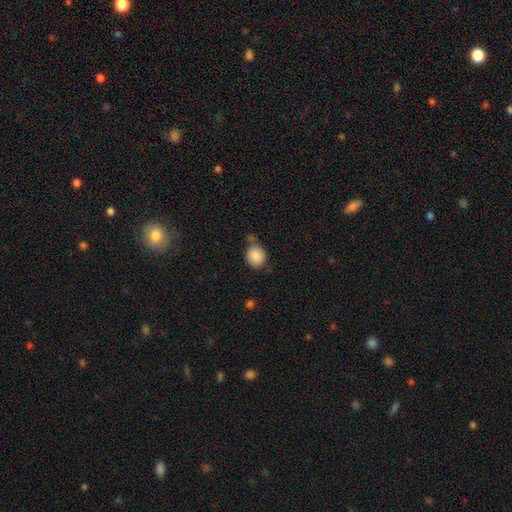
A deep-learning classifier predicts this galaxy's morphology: The model was most divided on "merging": none: 56%, minor disturbance: 24%, merger: 12%, major disturbance: 7%. More confident: smooth or featured — smooth (87%); how rounded — round (74%).